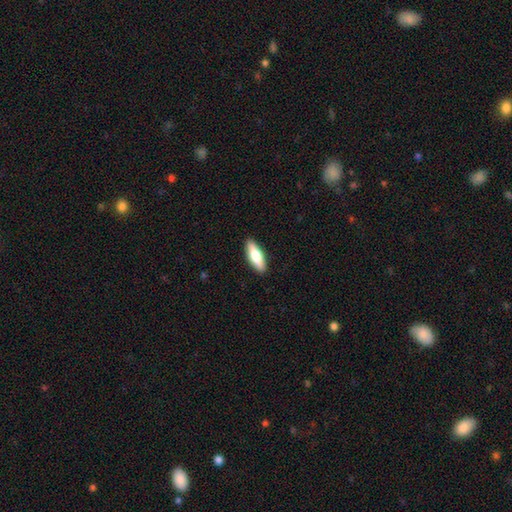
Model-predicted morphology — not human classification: Smooth or featured?
  - smooth: 71% *
  - featured or disk: 24%
  - star or artifact: 5%
How rounded?
  - in between: 54% *
  - cigar-shaped: 44%
  - round: 2%
Merging?
  - none: 90% *
  - minor disturbance: 7%
  - major disturbance: 2%
  - merger: 1%